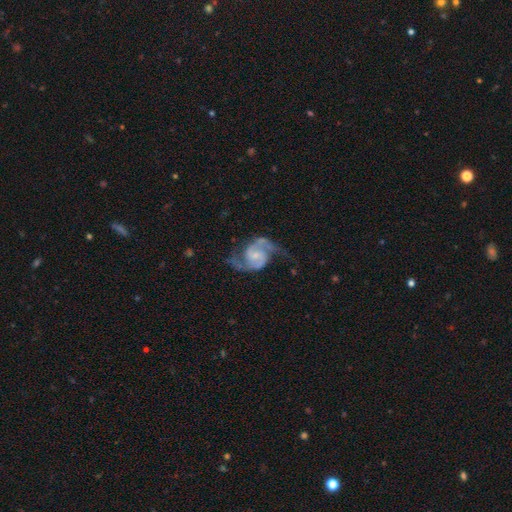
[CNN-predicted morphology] Smooth or featured?
  - featured or disk: 92% *
  - star or artifact: 4%
  - smooth: 4%
Edge-on disk?
  - no: 98% *
  - yes: 2%
Bar?
  - no: 53% *
  - weak: 38%
  - strong: 9%
Spiral arms?
  - yes: 98% *
  - no: 2%
Spiral winding?
  - medium: 54% *
  - loose: 32%
  - tight: 14%
Spiral arm count?
  - 2: 94% *
  - can't tell: 2%
  - 3: 1%
  - 1: 1%
  - 4: 1%
  - more than 4: 1%
Bulge size?
  - small: 55% *
  - moderate: 26%
  - none: 15%
  - large: 3%
  - dominant: 1%
Merging?
  - none: 69% *
  - minor disturbance: 17%
  - major disturbance: 12%
  - merger: 2%